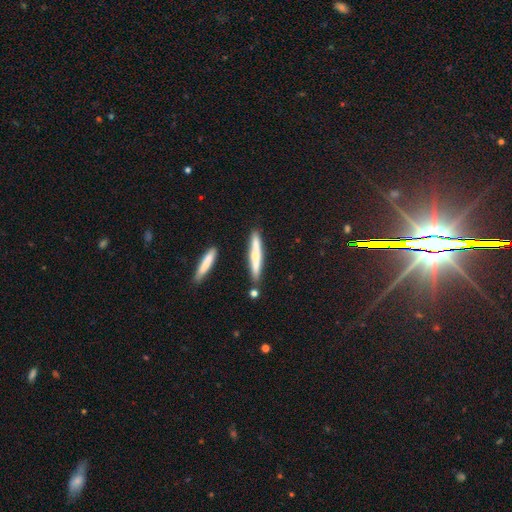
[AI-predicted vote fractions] Smooth or featured?
  - smooth: 51% *
  - featured or disk: 43%
  - star or artifact: 6%
How rounded?
  - cigar-shaped: 93% *
  - in between: 5%
  - round: 1%
Merging?
  - none: 81% *
  - minor disturbance: 10%
  - merger: 6%
  - major disturbance: 2%